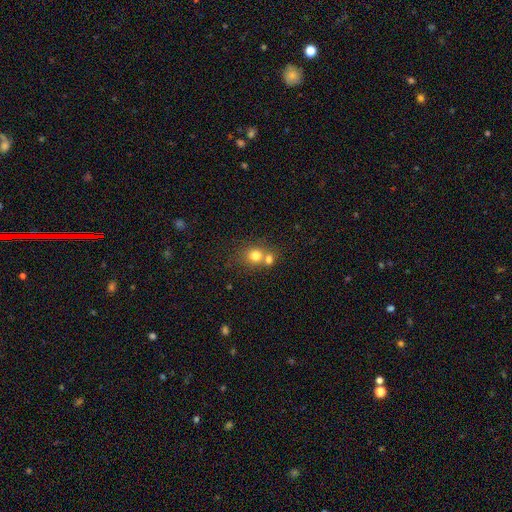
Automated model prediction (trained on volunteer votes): A smooth galaxy with no disk features (77%) that is round (80%). Merging: merger (47%).